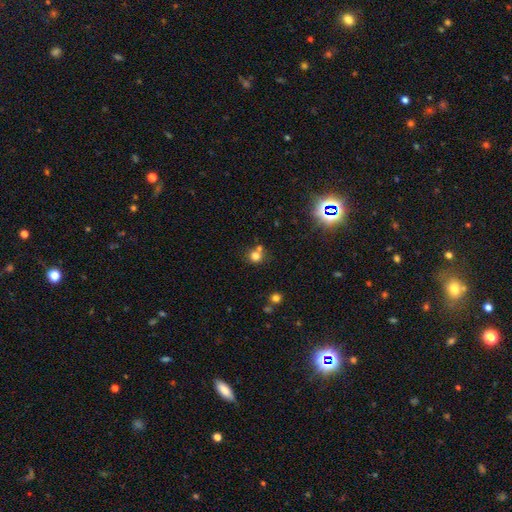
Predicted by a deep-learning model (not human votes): A smooth galaxy with no disk features (75%) that is round (87%).

Vote fractions:
- Smooth or featured? smooth: 75% / star or artifact: 16% / featured or disk: 9%
- How rounded? round: 87% / in between: 12% / cigar-shaped: 1%
- Merging? none: 56% / merger: 31% / minor disturbance: 9% / major disturbance: 4%